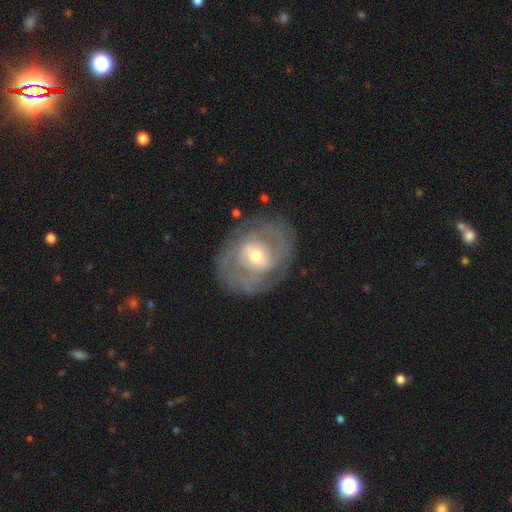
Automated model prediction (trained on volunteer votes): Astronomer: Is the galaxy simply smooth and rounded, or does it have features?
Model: featured or disk — 78%.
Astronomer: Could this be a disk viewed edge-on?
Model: no — 96%.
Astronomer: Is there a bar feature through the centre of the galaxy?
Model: no — 44% (runner-up: weak, 42%).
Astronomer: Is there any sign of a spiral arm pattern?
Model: yes — 78%.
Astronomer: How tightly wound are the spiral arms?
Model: tight — 62%.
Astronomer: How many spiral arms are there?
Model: can't tell — 41% (runner-up: 2, 34%).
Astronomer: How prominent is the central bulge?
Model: moderate — 61%.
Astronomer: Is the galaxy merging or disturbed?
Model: none — 76%.